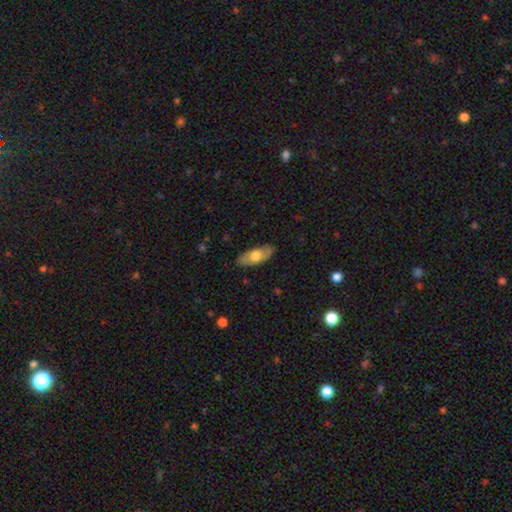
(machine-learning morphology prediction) smooth-or-featured: smooth: 66% | featured or disk: 28% | star or artifact: 5%
  how-rounded: in between: 82% | cigar-shaped: 15% | round: 2%
  merging: none: 84% | minor disturbance: 12% | major disturbance: 2% | merger: 1%